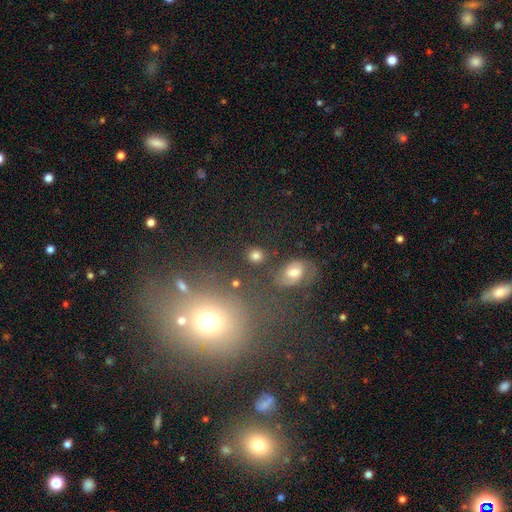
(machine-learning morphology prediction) Overall: smooth (80%). How rounded: round (78%). Merging: none (81%).